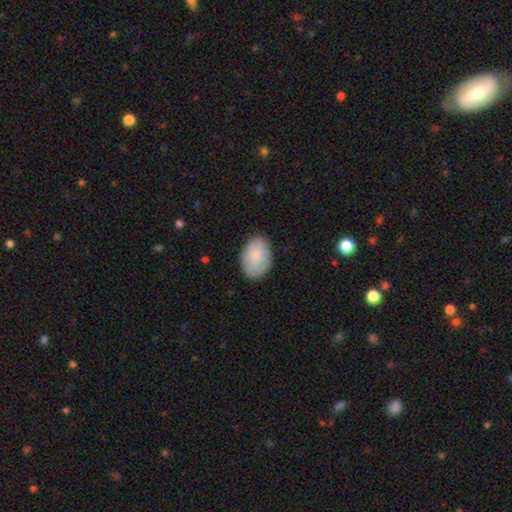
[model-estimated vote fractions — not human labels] Smooth or featured? smooth (83%)
How rounded? in between (85%)
Merging? none (82%)